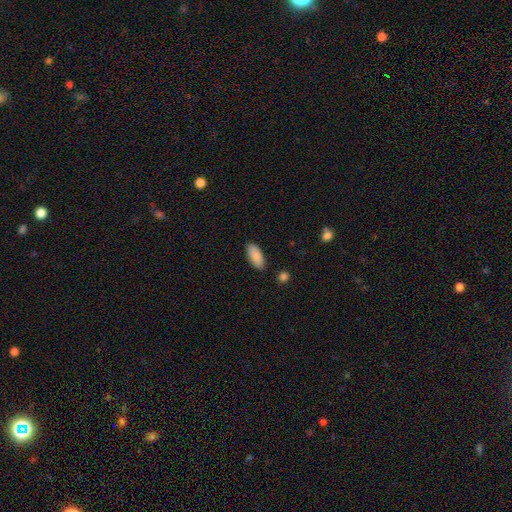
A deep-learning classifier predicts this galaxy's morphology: Q: Smooth or featured?
A: smooth (87%); runner-up: featured or disk (6%)
Q: How rounded?
A: in between (88%); runner-up: cigar-shaped (10%)
Q: Merging?
A: none (86%); runner-up: minor disturbance (10%)